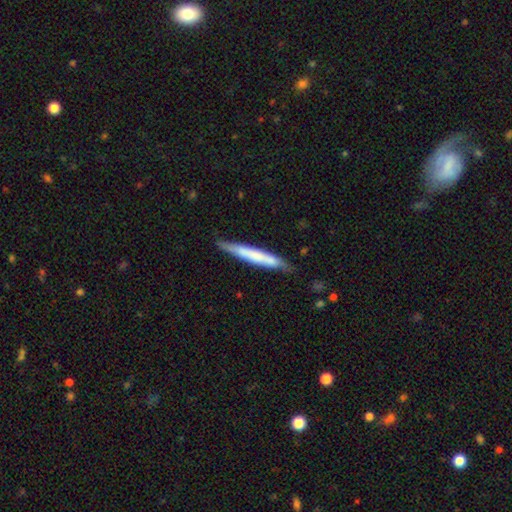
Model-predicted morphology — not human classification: This appears to be a smooth galaxy with no disk features (56%) that is cigar-shaped (95%). Merging: none (79%).